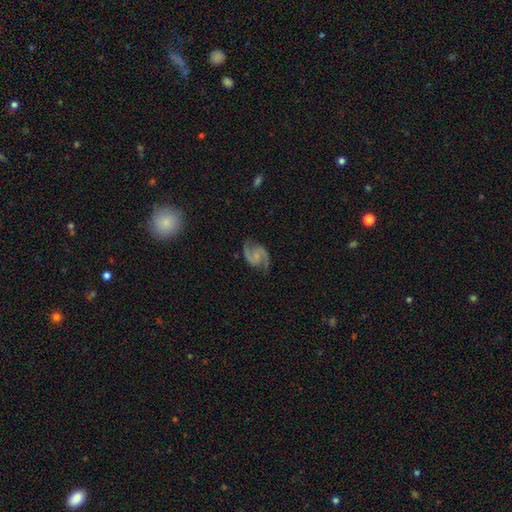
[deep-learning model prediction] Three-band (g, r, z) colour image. It shows a featured or disk galaxy (90%) with no bar (52%), 2 (94%) medium (57%) spiral arms (98%) and a small central bulge (45%). Merging: none (80%).